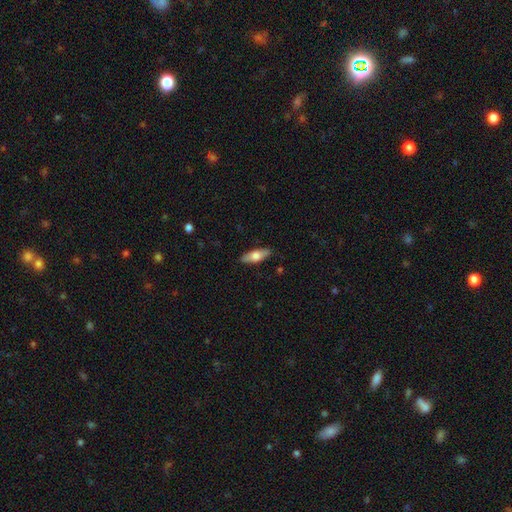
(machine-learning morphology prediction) type=smooth (62%); roundness=in between (66%); merging=none (87%).